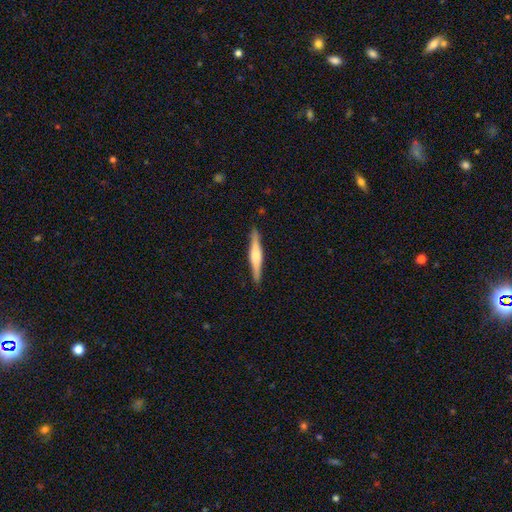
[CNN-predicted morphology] Smooth or featured: featured or disk — 61% (smooth — 34%)
Edge-on disk: yes — 98% (no — 2%)
Edge-on bulge: rounded — 74% (boxy — 18%)
Merging: none — 90% (minor disturbance — 7%)